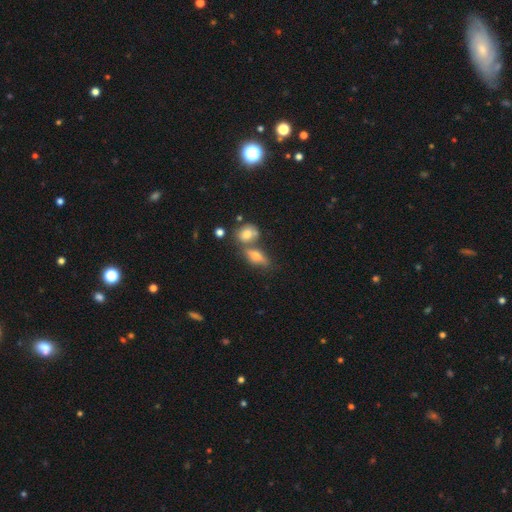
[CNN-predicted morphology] Q: Smooth or featured?
A: smooth (64%); runner-up: featured or disk (26%)
Q: How rounded?
A: in between (68%); runner-up: cigar-shaped (23%)
Q: Merging?
A: none (48%); runner-up: merger (35%)